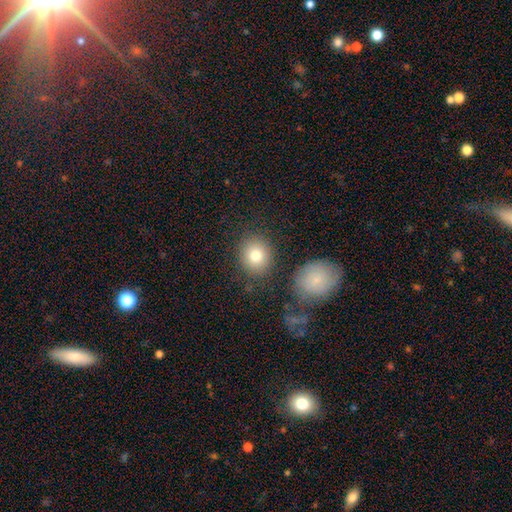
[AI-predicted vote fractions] This appears to be a smooth galaxy with no disk features (80%) that is round (79%). Merging: none (83%).